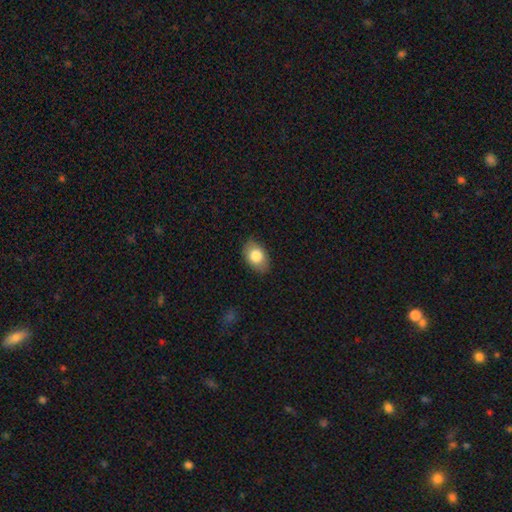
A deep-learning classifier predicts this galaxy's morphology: Overall: smooth (80%). How rounded: in between (86%). Merging: none (84%).